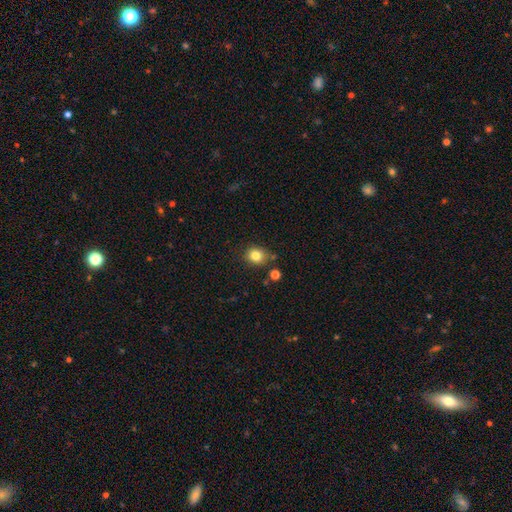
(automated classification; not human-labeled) Smooth or featured? Predicted: smooth (p=0.83). How rounded? Predicted: round (p=0.77). Merging? Predicted: none (p=0.80).